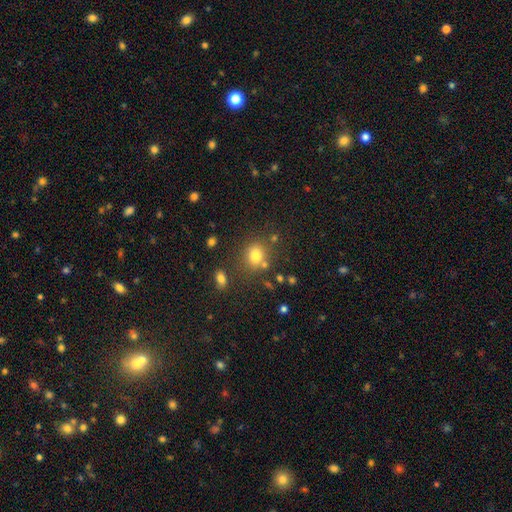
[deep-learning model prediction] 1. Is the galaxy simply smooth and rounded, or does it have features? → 78% smooth, 14% star or artifact, 8% featured or disk.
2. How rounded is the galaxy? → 61% round, 37% in between, 1% cigar-shaped.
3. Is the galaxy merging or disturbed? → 70% none, 13% minor disturbance, 11% merger, 5% major disturbance.